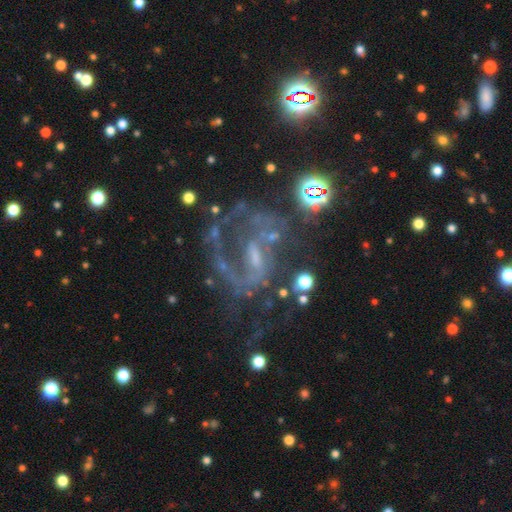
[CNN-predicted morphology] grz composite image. It shows a featured or disk galaxy (75%) with a weak bar (43%), 2 (43%) medium (44%) spiral arms (76%) and a small central bulge (44%). Merging: none (43%).